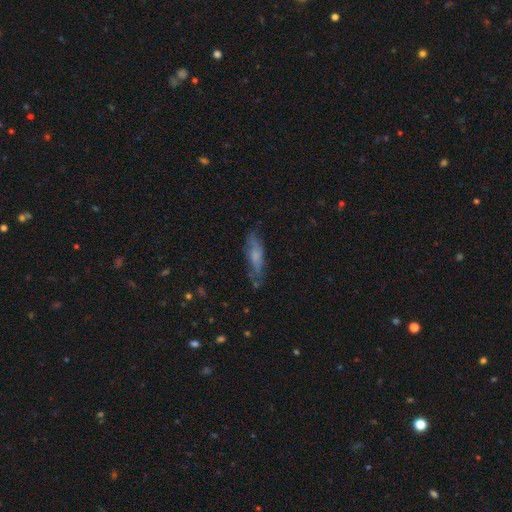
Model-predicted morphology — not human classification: A smooth galaxy with no disk features (56%) that is cigar-shaped (59%).

Vote fractions:
- Smooth or featured? smooth: 56% / featured or disk: 36% / star or artifact: 8%
- How rounded? cigar-shaped: 59% / in between: 39% / round: 2%
- Merging? none: 61% / minor disturbance: 25% / major disturbance: 11% / merger: 3%